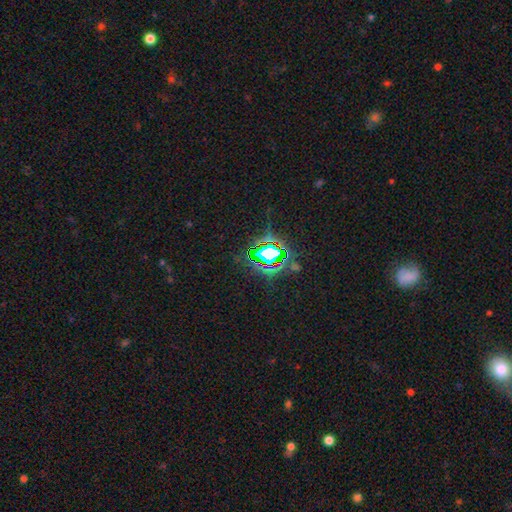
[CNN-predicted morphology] smooth_or_featured: star or artifact (p=0.77) [alt: smooth p=0.14]